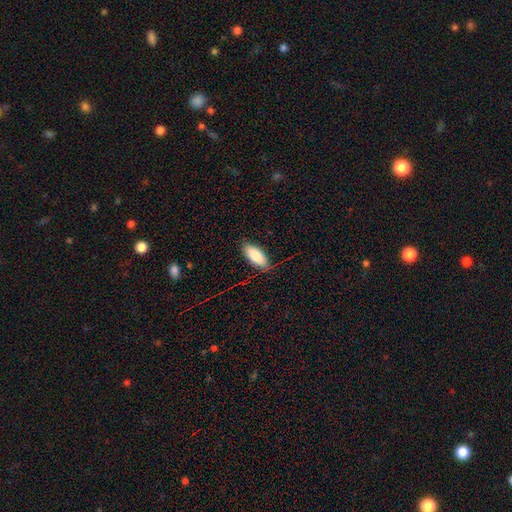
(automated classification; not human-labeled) The model was most divided on "merging": none: 81%, minor disturbance: 15%, major disturbance: 3%, merger: 1%. More confident: how rounded — in between (86%); smooth or featured — smooth (85%).